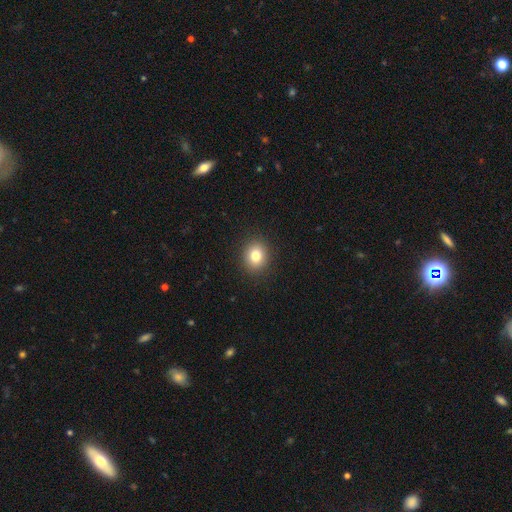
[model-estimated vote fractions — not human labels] smooth_or_featured: smooth (p=0.80) [alt: star or artifact p=0.11]
how_rounded: round (p=0.69) [alt: in between p=0.30]
merging: none (p=0.91) [alt: minor disturbance p=0.06]